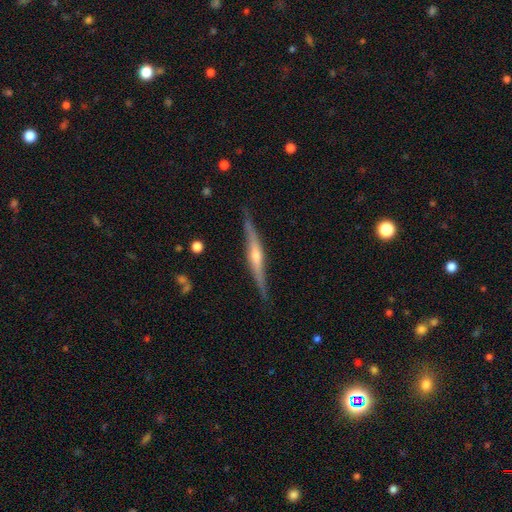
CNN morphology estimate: A featured or disk galaxy (82%) viewed edge-on (97%) with a rounded central bulge (85%).

Vote fractions:
- Smooth or featured? featured or disk: 82% / smooth: 13% / star or artifact: 6%
- Edge-on disk? yes: 97% / no: 3%
- Edge-on bulge? rounded: 85% / none: 8% / boxy: 8%
- Merging? none: 87% / minor disturbance: 10% / major disturbance: 2% / merger: 1%